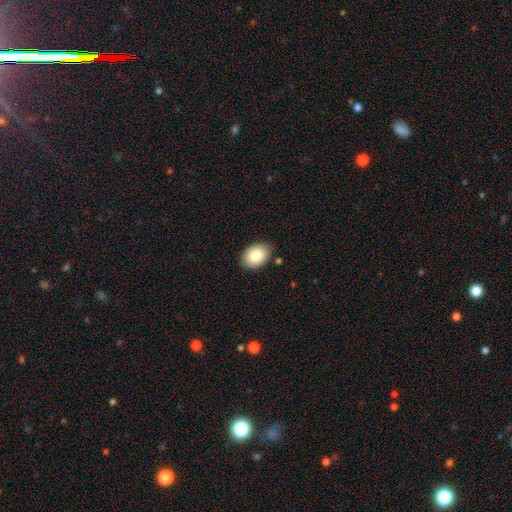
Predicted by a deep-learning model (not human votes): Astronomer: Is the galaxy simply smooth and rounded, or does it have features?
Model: smooth — 84%.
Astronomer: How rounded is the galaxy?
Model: in between — 83%.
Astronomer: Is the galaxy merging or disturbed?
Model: none — 83%.